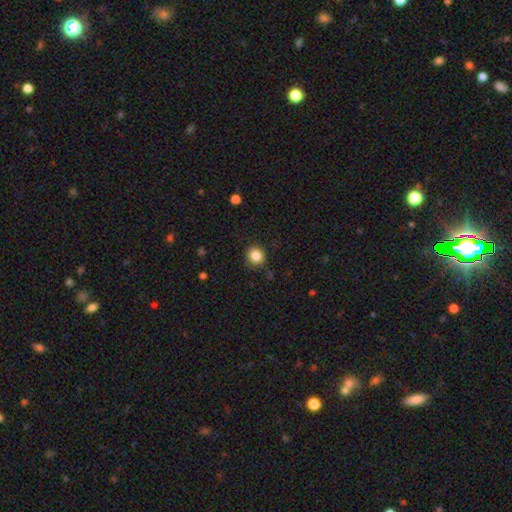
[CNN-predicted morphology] A smooth galaxy with no disk features (85%) that is round (88%).

Vote fractions:
- Smooth or featured? smooth: 85% / star or artifact: 10% / featured or disk: 4%
- How rounded? round: 88% / in between: 11% / cigar-shaped: 1%
- Merging? none: 86% / minor disturbance: 10% / major disturbance: 3% / merger: 1%